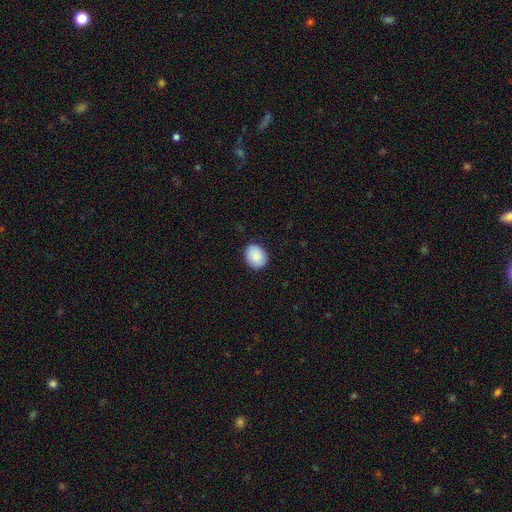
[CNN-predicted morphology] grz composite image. It shows a smooth galaxy with no disk features (88%) that is round (53%). Merging: none (83%).